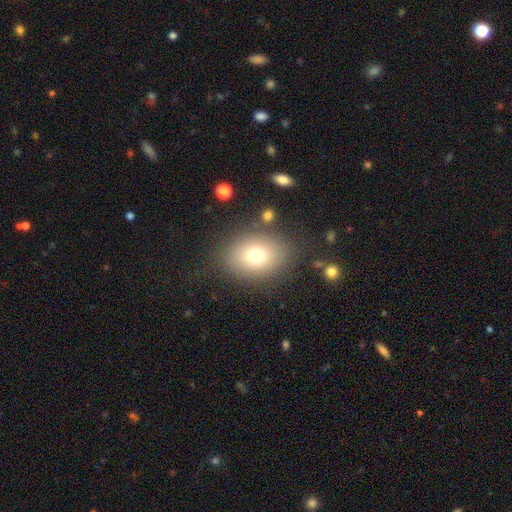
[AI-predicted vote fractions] smooth-or-featured: smooth: 73% | featured or disk: 14% | star or artifact: 12%
  how-rounded: in between: 65% | round: 34% | cigar-shaped: 1%
  merging: none: 81% | minor disturbance: 11% | major disturbance: 5% | merger: 3%